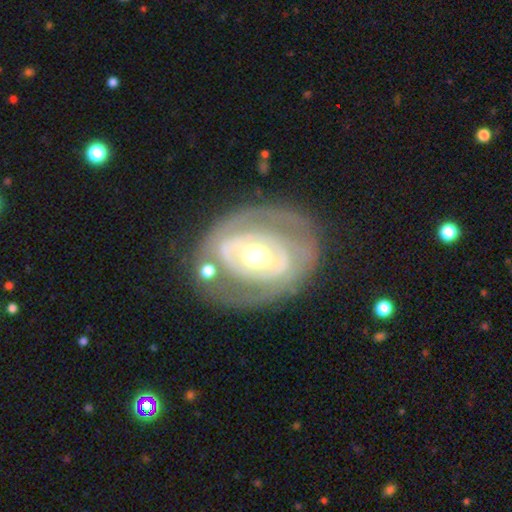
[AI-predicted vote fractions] This appears to be a featured or disk galaxy (80%) with no bar (41%), spiral arms (62%) and a moderate central bulge (68%). Merging: none (70%).